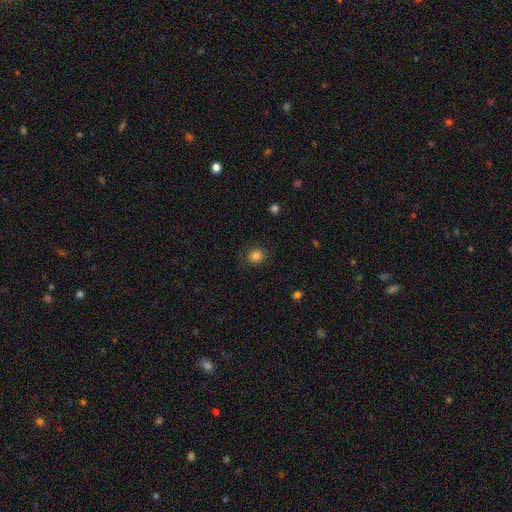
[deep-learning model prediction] The model was most divided on "how rounded": round: 81%, in between: 19%, cigar-shaped: 1%. More confident: smooth or featured — smooth (84%); merging — none (80%).